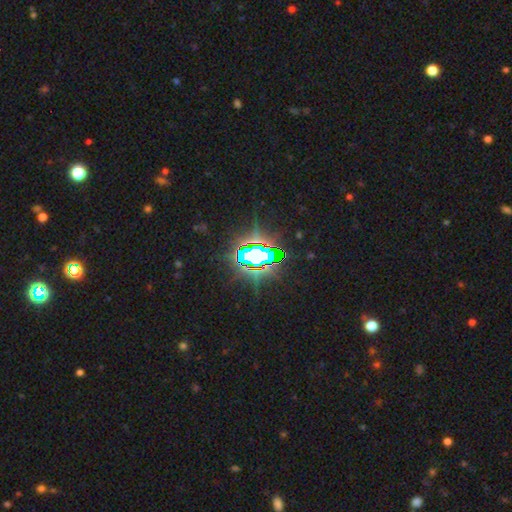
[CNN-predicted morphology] Overall: star or artifact (76%).